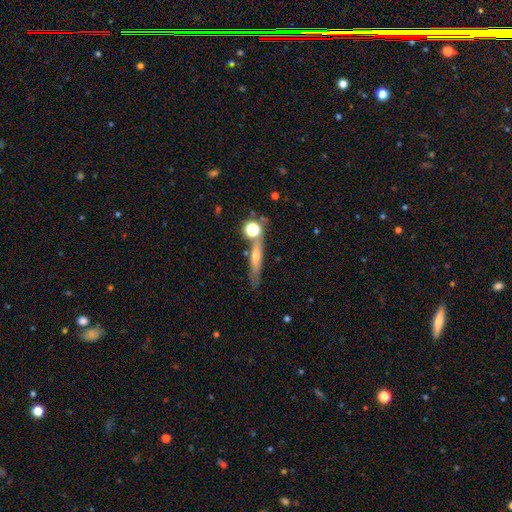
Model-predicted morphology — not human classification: smooth_or_featured: smooth (p=0.45) [alt: featured or disk p=0.43]
merging: none (p=0.66) [alt: minor disturbance p=0.14]